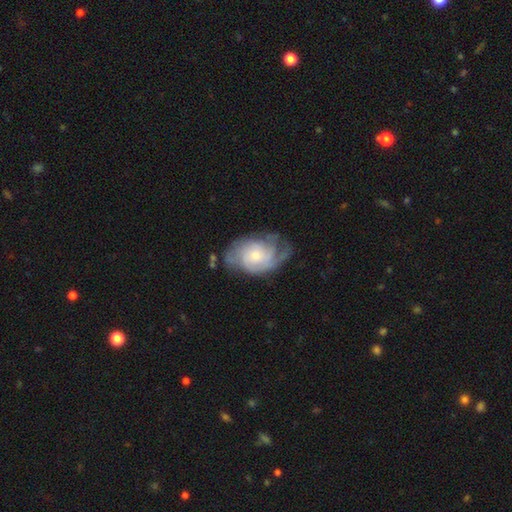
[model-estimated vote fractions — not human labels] Morphology: type=featured or disk (77%); edge-on=no (97%); bar=no (74%); spiral arms=yes (92%); winding=tight (47%); arm count=can't tell (35%); bulge=small (47%); merging=none (56%).